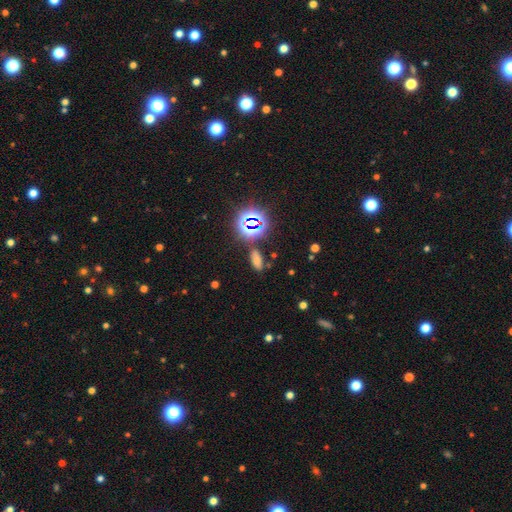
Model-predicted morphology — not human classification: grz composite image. It shows a star or artifact, not a galaxy (53%).